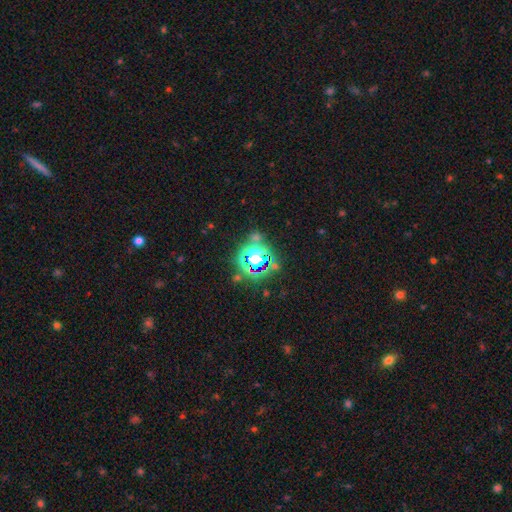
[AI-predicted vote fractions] smooth-or-featured: star or artifact: 74% | smooth: 17% | featured or disk: 8%